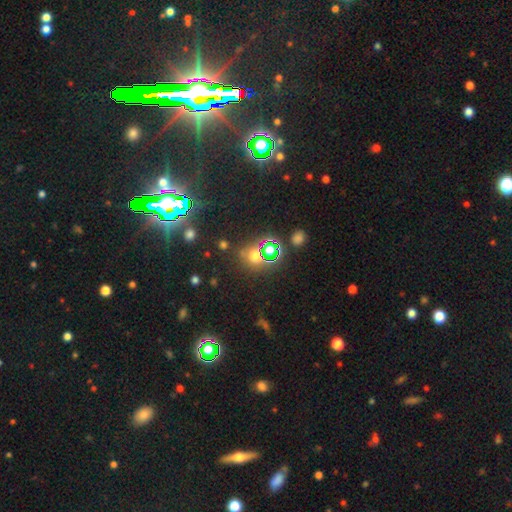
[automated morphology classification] This appears to be a star or artifact, not a galaxy (51%).